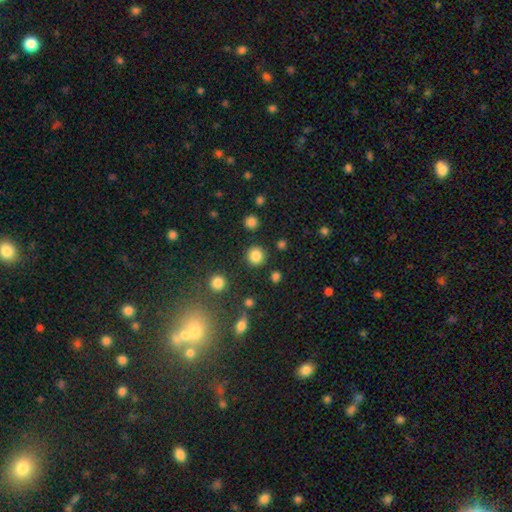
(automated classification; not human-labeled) Overall: smooth (84%). How rounded: round (93%). Merging: none (90%).